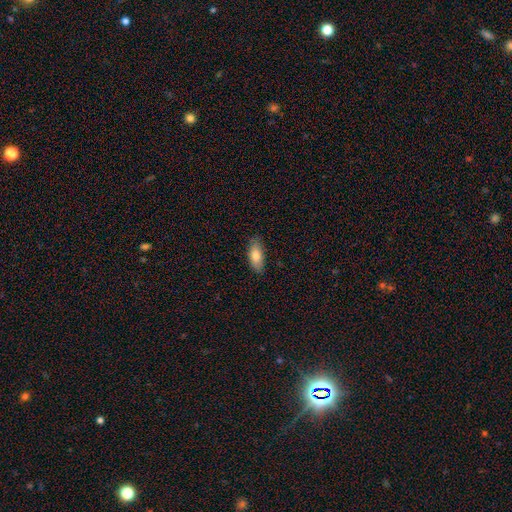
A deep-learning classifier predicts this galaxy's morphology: The model was most divided on "how rounded": in between: 81%, cigar-shaped: 16%, round: 2%. More confident: merging — none (84%); smooth or featured — smooth (81%).